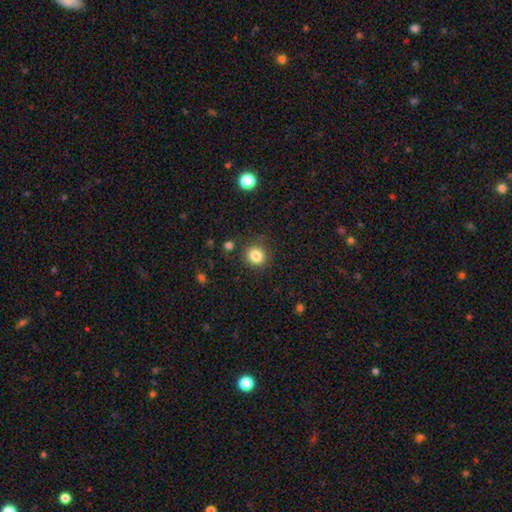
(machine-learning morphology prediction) Smooth or featured? smooth (83%)
How rounded? round (85%)
Merging? none (84%)